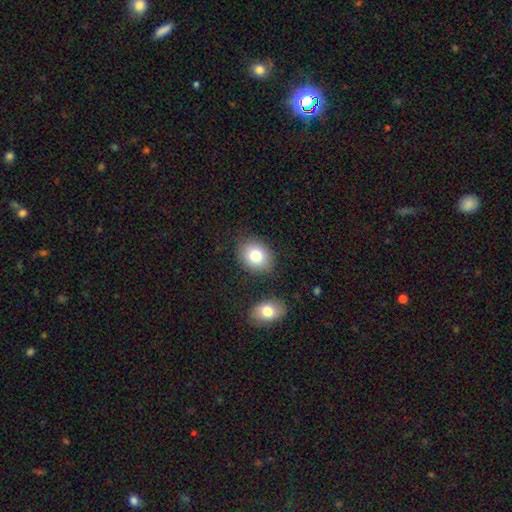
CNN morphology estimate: This is likely a smooth galaxy (79%). How rounded: possibly round (51%). Merging: clearly none (81%).